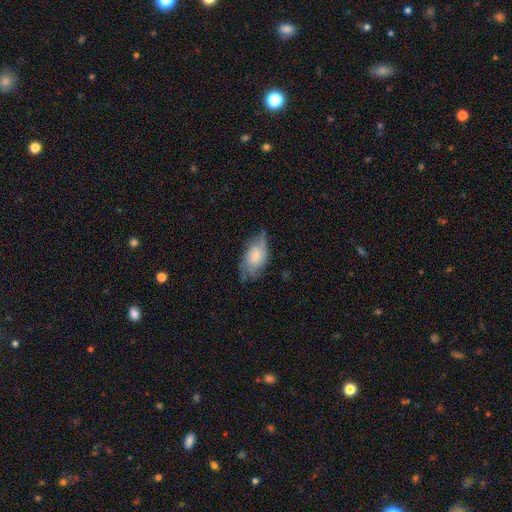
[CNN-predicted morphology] A smooth galaxy with no disk features (52%) that is in between round and cigar-shaped (91%).

Vote fractions:
- Smooth or featured? smooth: 52% / featured or disk: 41% / star or artifact: 7%
- How rounded? in between: 91% / round: 5% / cigar-shaped: 4%
- Merging? none: 55% / minor disturbance: 32% / major disturbance: 12% / merger: 2%